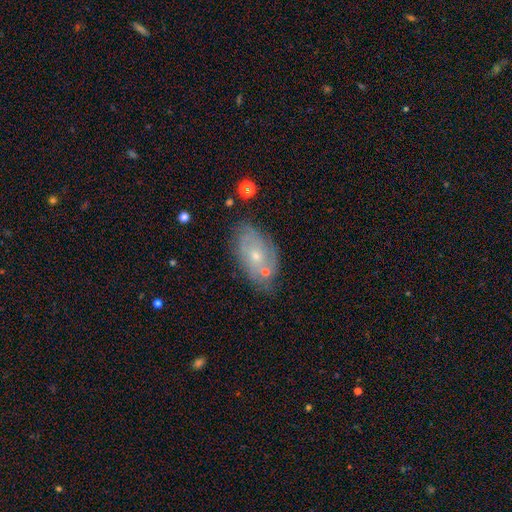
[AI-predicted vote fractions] This is likely a featured or disk galaxy (62%). It is clearly not viewed edge-on (93%). Bar: clearly no (81%). Spiral arm pattern: likely yes (71%). Central bulge: likely small (65%). Merging: likely none (63%).